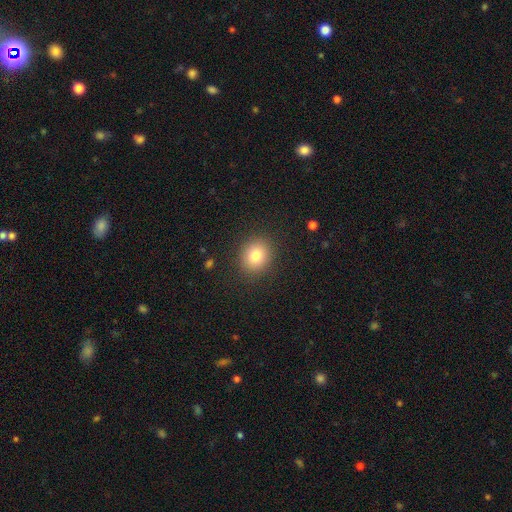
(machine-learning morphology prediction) Overall: smooth (81%). How rounded: round (72%). Merging: none (88%).